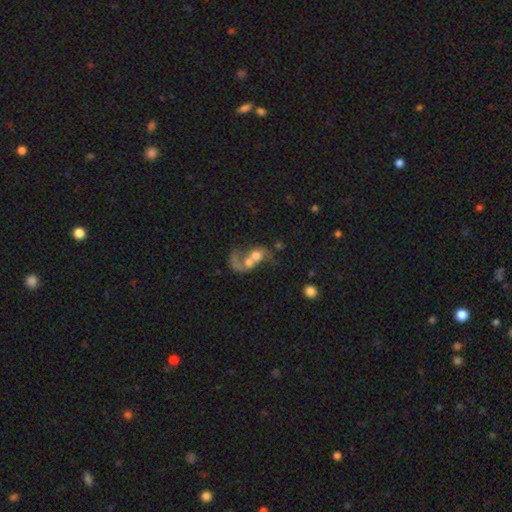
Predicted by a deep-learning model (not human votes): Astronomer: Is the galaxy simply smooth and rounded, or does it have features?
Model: featured or disk — 52% (runner-up: smooth, 38%).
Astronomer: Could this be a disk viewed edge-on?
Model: no — 97%.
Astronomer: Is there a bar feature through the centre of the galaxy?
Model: no — 79%.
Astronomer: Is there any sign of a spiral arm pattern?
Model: yes — 58% (runner-up: no, 42%).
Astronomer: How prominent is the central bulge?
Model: moderate — 38% (runner-up: large, 30%).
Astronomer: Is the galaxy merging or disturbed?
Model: merger — 75%.